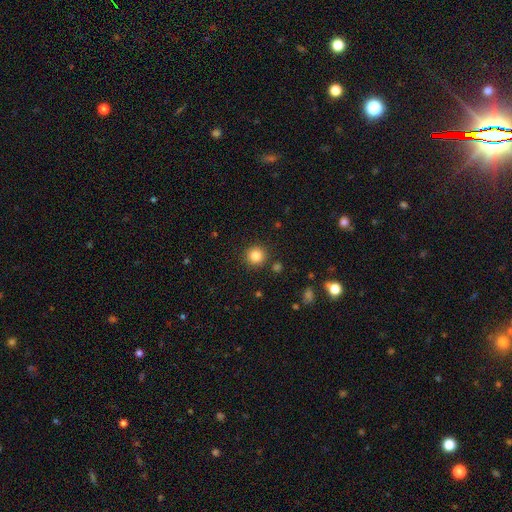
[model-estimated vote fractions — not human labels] Smooth or featured?
  - smooth: 84% *
  - star or artifact: 11%
  - featured or disk: 5%
How rounded?
  - round: 94% *
  - in between: 5%
  - cigar-shaped: 1%
Merging?
  - none: 89% *
  - minor disturbance: 6%
  - merger: 3%
  - major disturbance: 2%